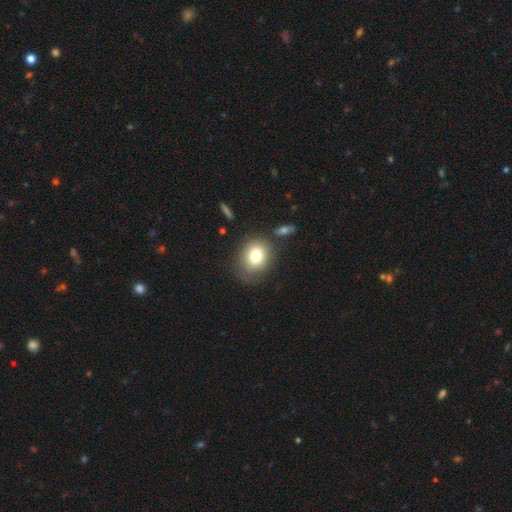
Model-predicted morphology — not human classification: Smooth or featured? Predicted: smooth (p=0.77). How rounded? Predicted: round (p=0.60). Merging? Predicted: none (p=0.69).